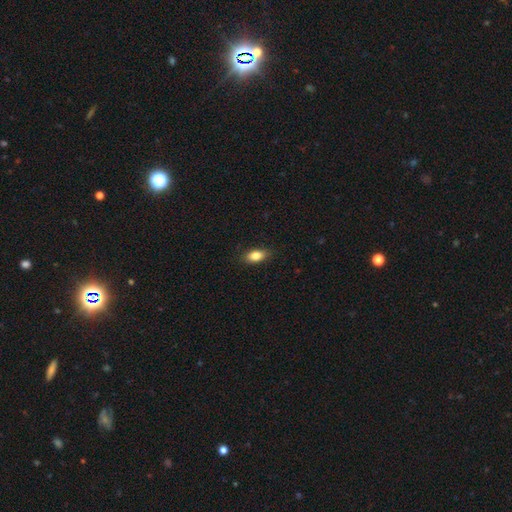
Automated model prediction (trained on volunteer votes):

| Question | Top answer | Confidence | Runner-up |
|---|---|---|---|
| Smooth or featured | smooth | 83% | featured or disk (9%) |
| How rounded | in between | 86% | cigar-shaped (7%) |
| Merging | none | 86% | minor disturbance (11%) |